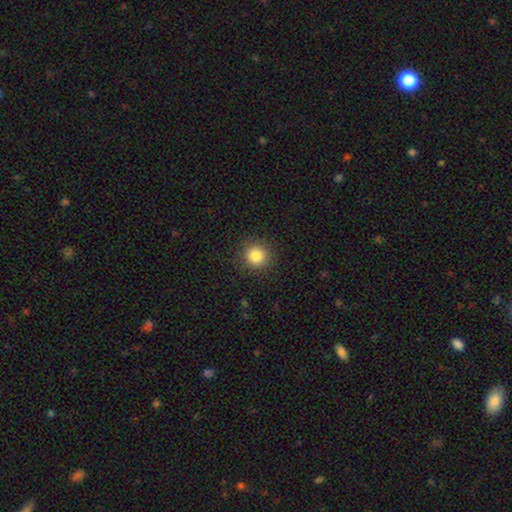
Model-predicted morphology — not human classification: Overall: smooth (84%). How rounded: round (93%). Merging: none (90%).